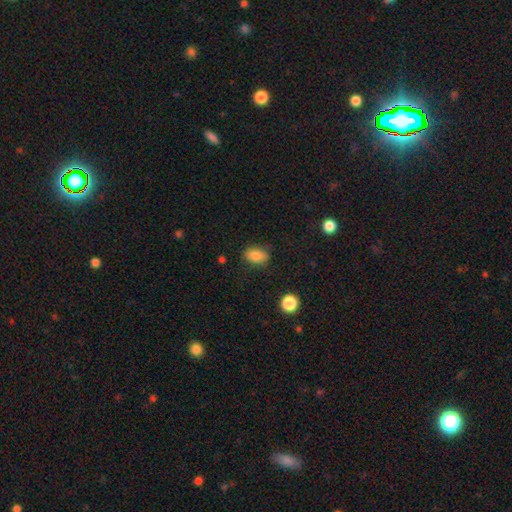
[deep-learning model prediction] A smooth galaxy with no disk features (84%) that is in between round and cigar-shaped (82%).

Vote fractions:
- Smooth or featured? smooth: 84% / star or artifact: 9% / featured or disk: 7%
- How rounded? in between: 82% / round: 16% / cigar-shaped: 2%
- Merging? none: 78% / minor disturbance: 16% / major disturbance: 4% / merger: 2%